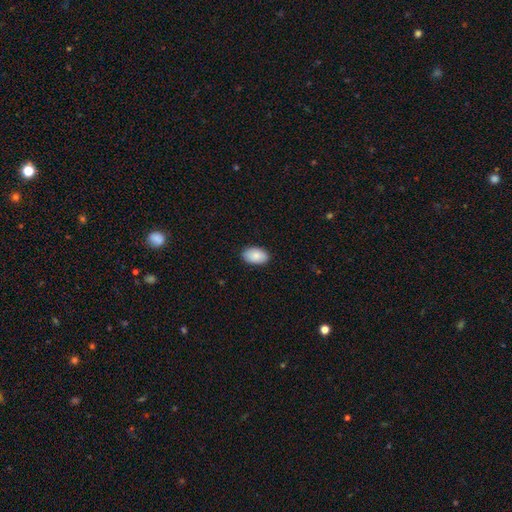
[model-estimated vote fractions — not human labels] This is clearly a smooth galaxy (89%). How rounded: clearly in between (93%). Merging: clearly none (89%).